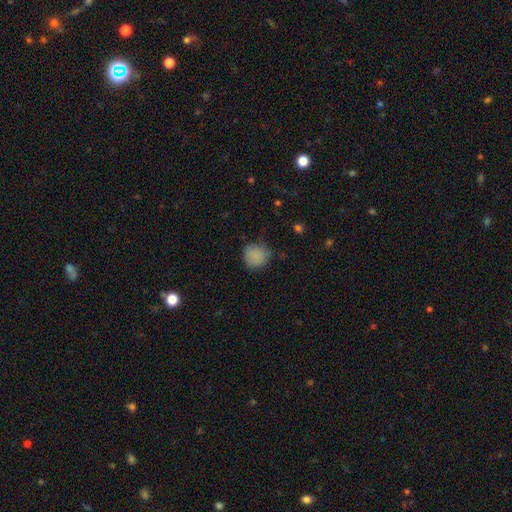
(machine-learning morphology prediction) Smooth or featured?
  - smooth: 85% *
  - star or artifact: 10%
  - featured or disk: 6%
How rounded?
  - round: 86% *
  - in between: 13%
  - cigar-shaped: 1%
Merging?
  - none: 69% *
  - minor disturbance: 24%
  - major disturbance: 6%
  - merger: 2%